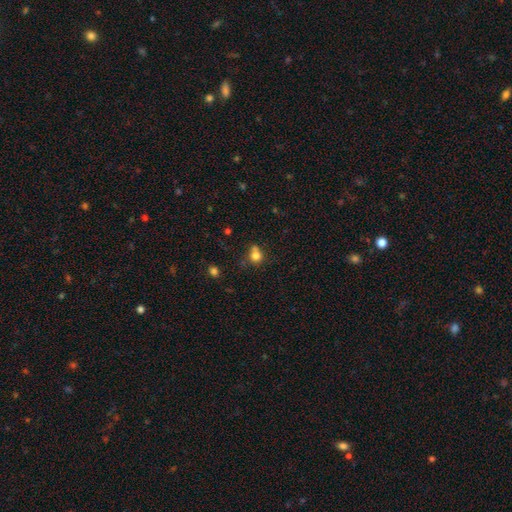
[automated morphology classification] Smooth or featured: smooth — 78% (star or artifact — 13%)
How rounded: round — 74% (in between — 25%)
Merging: none — 47% (minor disturbance — 25%)